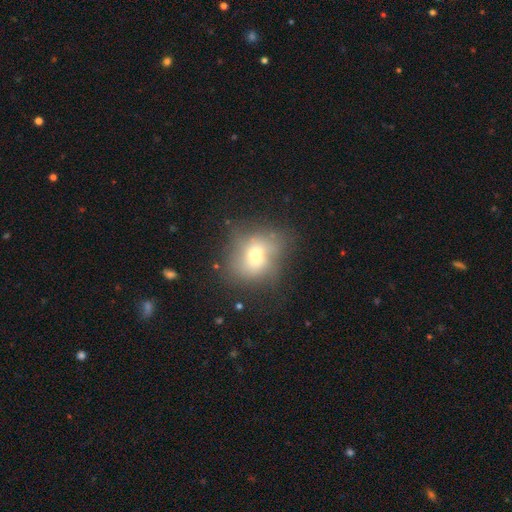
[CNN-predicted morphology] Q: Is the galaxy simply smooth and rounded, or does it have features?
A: smooth — 59%.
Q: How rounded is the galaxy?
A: round — 72%.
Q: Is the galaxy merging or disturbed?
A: none — 63%.